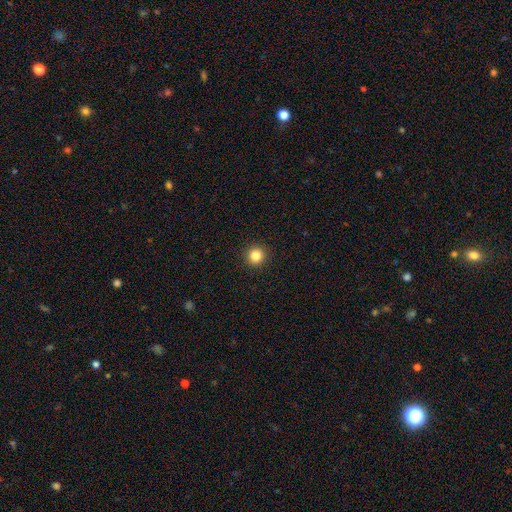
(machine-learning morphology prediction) Smooth or featured?
  - smooth: 84% *
  - star or artifact: 12%
  - featured or disk: 4%
How rounded?
  - round: 94% *
  - in between: 5%
  - cigar-shaped: 1%
Merging?
  - none: 93% *
  - minor disturbance: 4%
  - major disturbance: 2%
  - merger: 1%